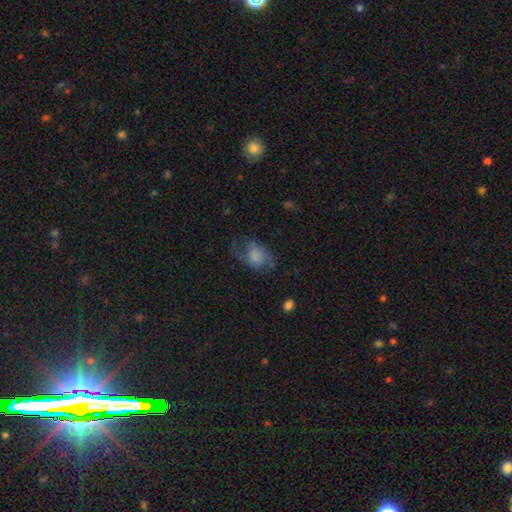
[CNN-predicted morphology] A smooth galaxy with no disk features (63%) that is in between round and cigar-shaped (81%). Merging: none (43%).